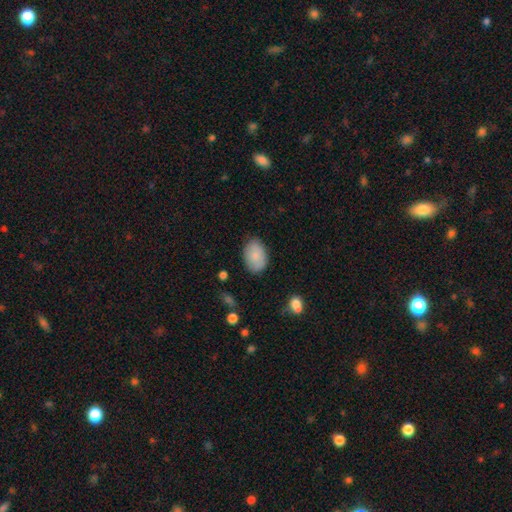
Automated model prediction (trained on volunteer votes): This is clearly a smooth galaxy (85%). How rounded: clearly in between (86%). Merging: clearly none (82%).